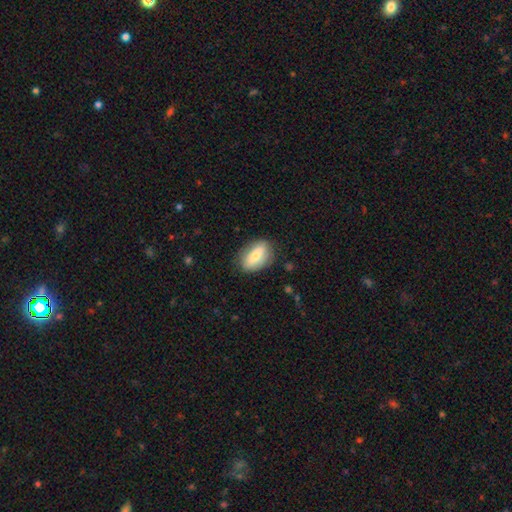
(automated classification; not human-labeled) smooth-or-featured: smooth: 71% | featured or disk: 22% | star or artifact: 7%
  how-rounded: in between: 87% | round: 7% | cigar-shaped: 5%
  merging: none: 78% | minor disturbance: 16% | major disturbance: 5% | merger: 1%